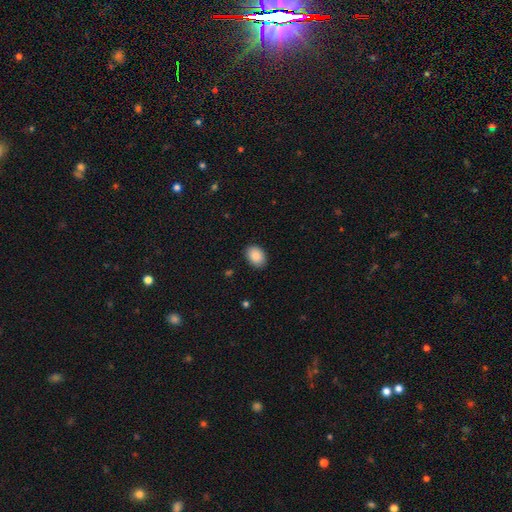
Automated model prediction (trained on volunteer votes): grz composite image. It shows a smooth galaxy with no disk features (89%) that is in between round and cigar-shaped (75%). Merging: none (88%).